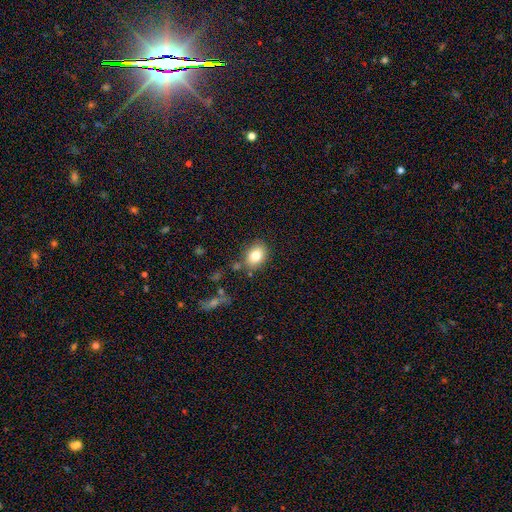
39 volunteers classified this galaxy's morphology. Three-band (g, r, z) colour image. It shows a smooth galaxy with no disk features (82%) that is in between round and cigar-shaped (62%). Merging: none (67%).